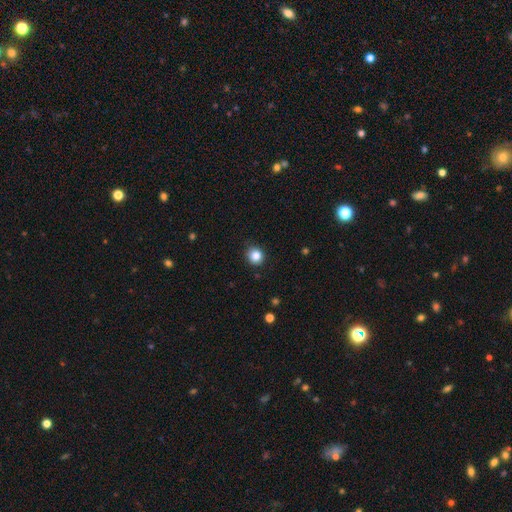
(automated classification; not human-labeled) Smooth or featured? Predicted: smooth (p=0.85). How rounded? Predicted: round (p=0.89). Merging? Predicted: none (p=0.88).